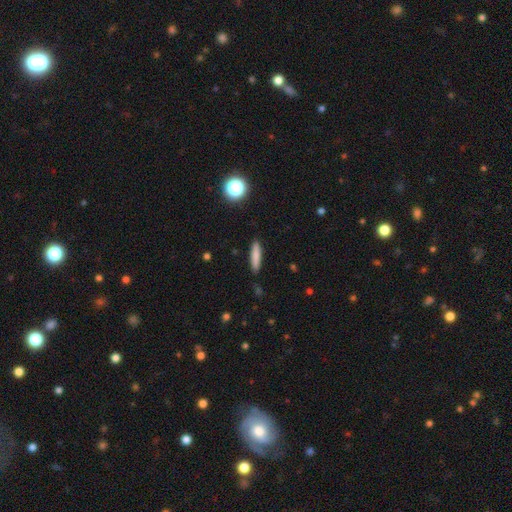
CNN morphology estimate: Smooth or featured? Predicted: smooth (p=0.80). How rounded? Predicted: cigar-shaped (p=0.84). Merging? Predicted: none (p=0.88).